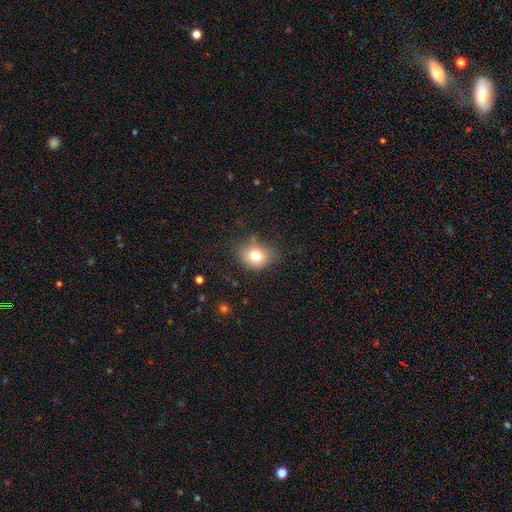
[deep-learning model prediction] smooth 75%, star or artifact 13%, featured or disk 12%. Down the decision tree: how rounded — round (63%); merging — none (69%).